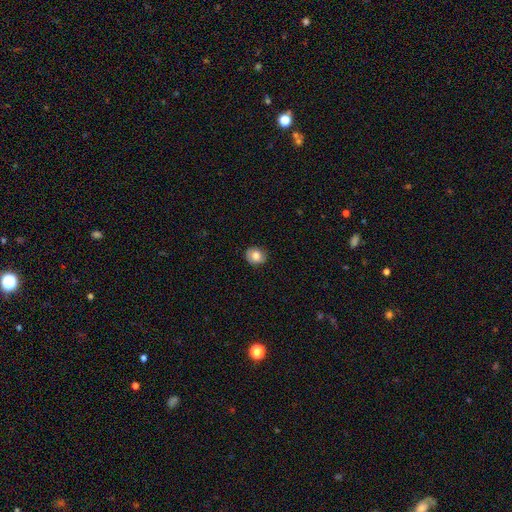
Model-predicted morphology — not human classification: Smooth or featured?
  - smooth: 76% *
  - featured or disk: 15%
  - star or artifact: 9%
How rounded?
  - round: 67% *
  - in between: 32%
  - cigar-shaped: 1%
Merging?
  - none: 83% *
  - minor disturbance: 14%
  - major disturbance: 3%
  - merger: 1%